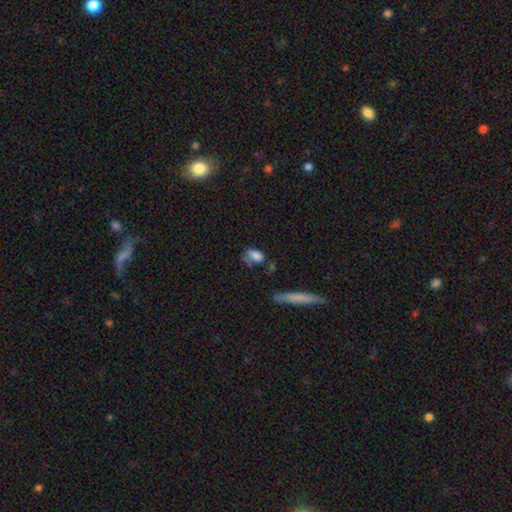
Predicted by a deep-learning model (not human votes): Smooth or featured? Predicted: smooth (p=0.75). How rounded? Predicted: in between (p=0.84). Merging? Predicted: none (p=0.41).